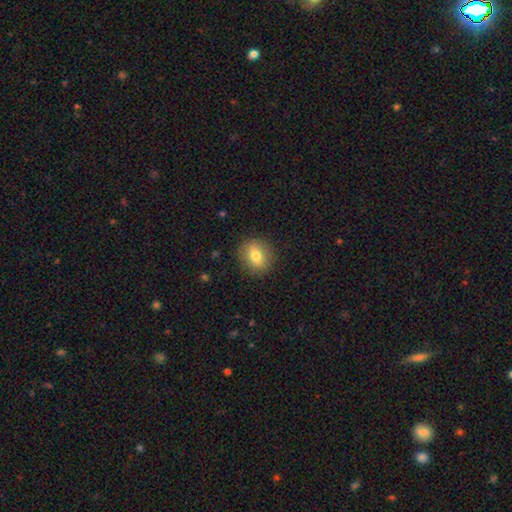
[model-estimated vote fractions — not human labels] smooth-or-featured: smooth: 75% | featured or disk: 16% | star or artifact: 9%
  how-rounded: round: 67% | in between: 31% | cigar-shaped: 1%
  merging: none: 87% | minor disturbance: 9% | major disturbance: 3% | merger: 1%